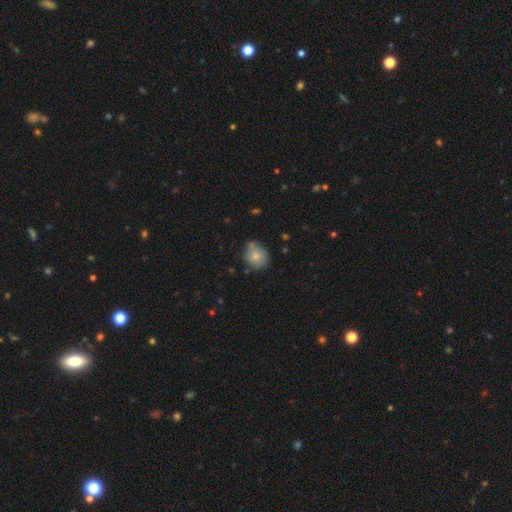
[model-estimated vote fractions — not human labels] A smooth galaxy with no disk features (78%) that is round (75%). Merging: none (71%).